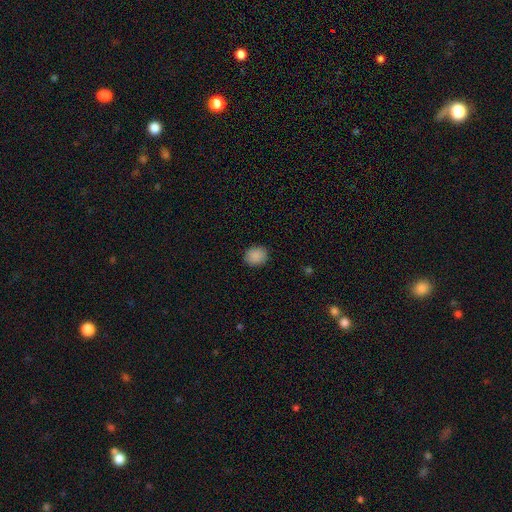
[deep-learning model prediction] A smooth galaxy with no disk features (89%) that is round (65%).

Vote fractions:
- Smooth or featured? smooth: 89% / star or artifact: 8% / featured or disk: 3%
- How rounded? round: 65% / in between: 34% / cigar-shaped: 1%
- Merging? none: 88% / minor disturbance: 9% / major disturbance: 2% / merger: 1%